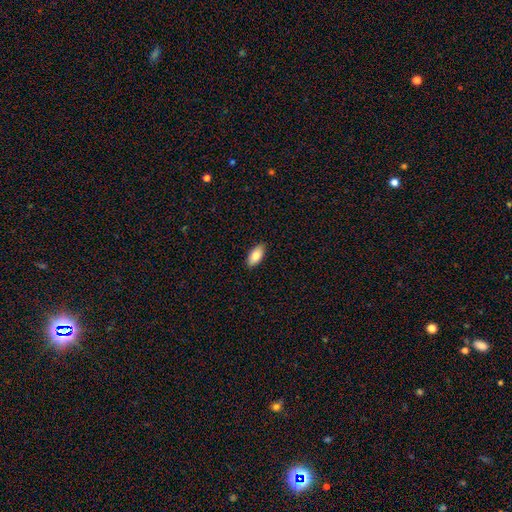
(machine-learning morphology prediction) smooth 84%, featured or disk 10%, star or artifact 6%. Down the decision tree: how rounded — in between (92%); merging — none (90%).